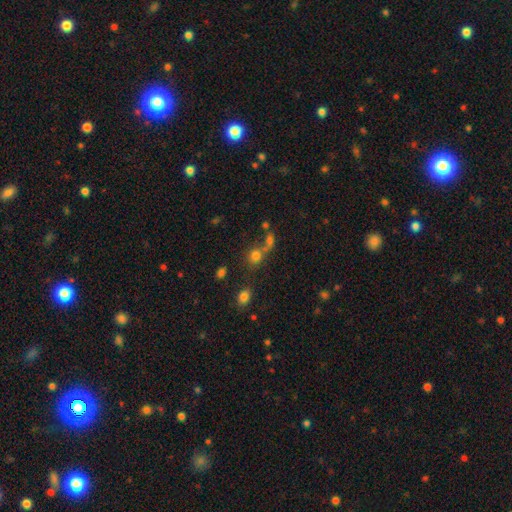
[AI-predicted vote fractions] Smooth or featured? Predicted: smooth (p=0.74). How rounded? Predicted: round (p=0.76). Merging? Predicted: none (p=0.47).